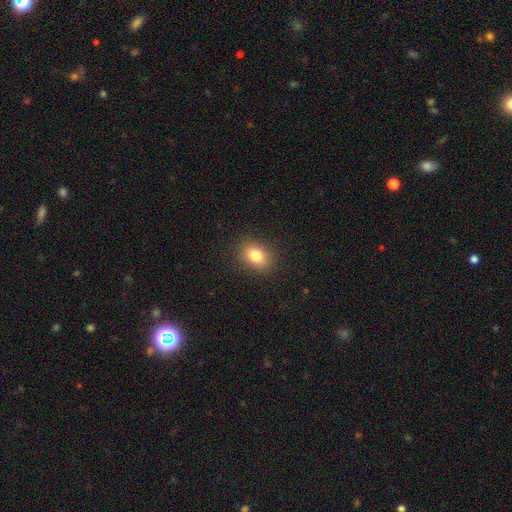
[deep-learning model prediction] Smooth or featured? smooth (82%)
How rounded? in between (69%)
Merging? none (88%)